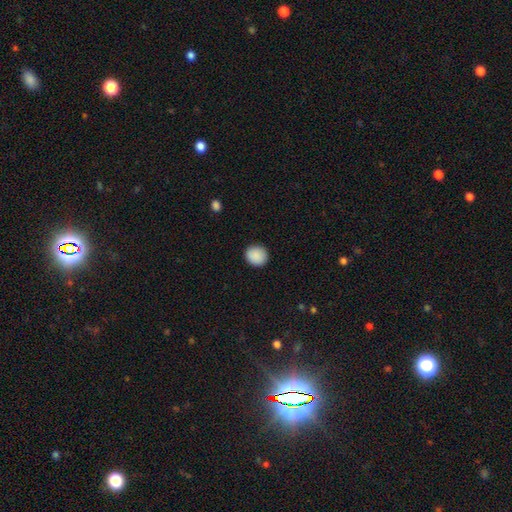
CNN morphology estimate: type=smooth (90%); roundness=round (84%); merging=none (91%).